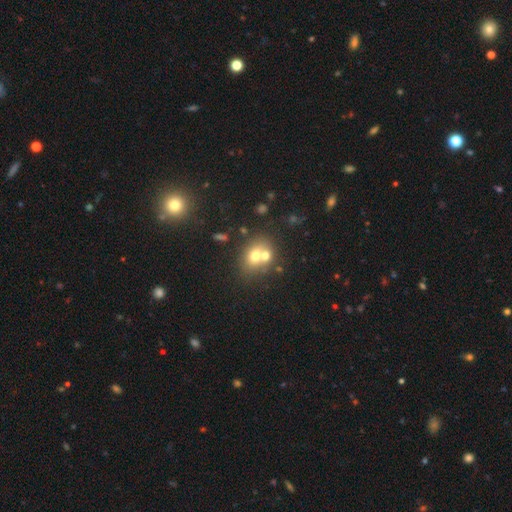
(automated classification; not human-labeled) Smooth or featured?
  - smooth: 64% *
  - featured or disk: 23%
  - star or artifact: 13%
How rounded?
  - round: 55% *
  - in between: 44%
  - cigar-shaped: 1%
Merging?
  - merger: 50% *
  - none: 38%
  - minor disturbance: 9%
  - major disturbance: 4%